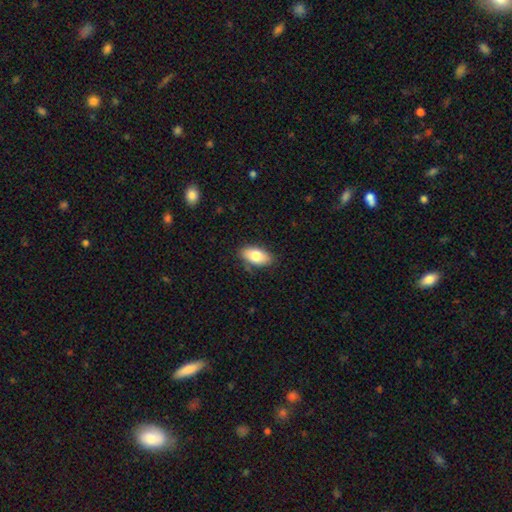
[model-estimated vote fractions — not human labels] smooth_or_featured: smooth (p=0.79) [alt: featured or disk p=0.14]
how_rounded: in between (p=0.91) [alt: cigar-shaped p=0.05]
merging: none (p=0.83) [alt: minor disturbance p=0.13]